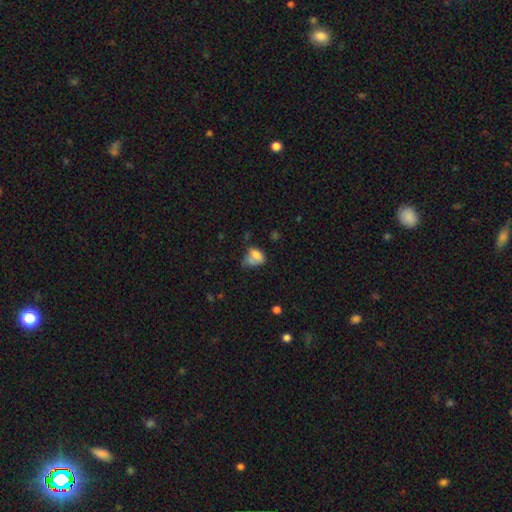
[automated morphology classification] type=smooth (71%); roundness=in between (78%); merging=minor disturbance (27%).